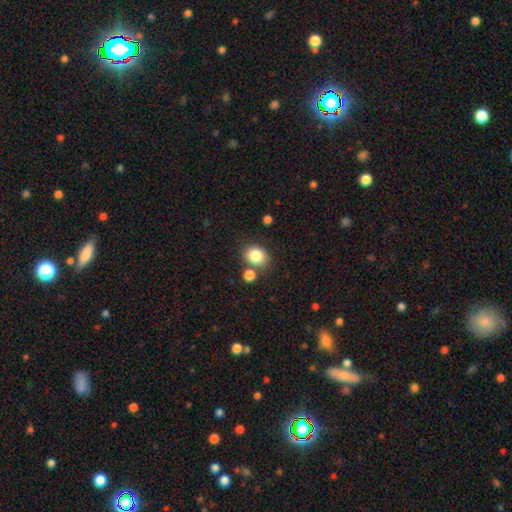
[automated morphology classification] This is clearly a smooth galaxy (83%). How rounded: possibly round (55%). Merging: likely none (71%).